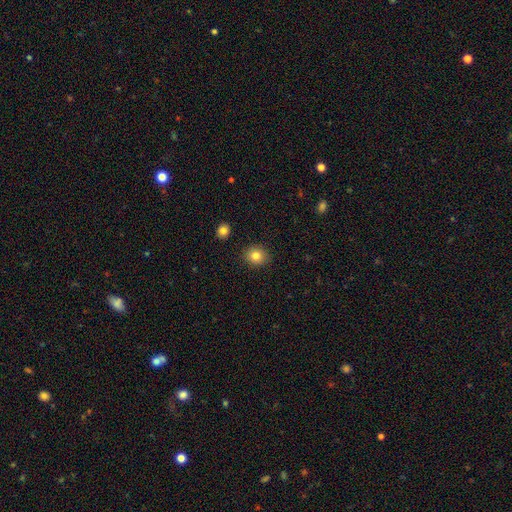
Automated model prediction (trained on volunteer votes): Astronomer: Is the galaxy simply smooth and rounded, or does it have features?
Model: smooth — 83%.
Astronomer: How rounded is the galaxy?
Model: round — 75%.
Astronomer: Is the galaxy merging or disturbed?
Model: none — 90%.